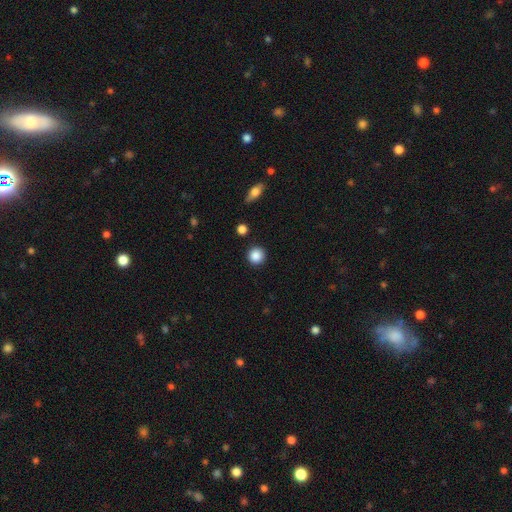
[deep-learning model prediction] Smooth or featured? Predicted: smooth (p=0.88). How rounded? Predicted: round (p=0.94). Merging? Predicted: none (p=0.91).